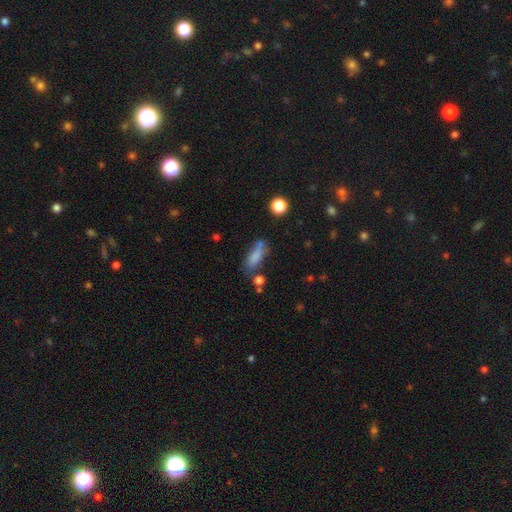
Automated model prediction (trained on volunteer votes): The model was most divided on "how rounded": in between: 57%, cigar-shaped: 40%, round: 4%. More confident: smooth or featured — smooth (78%); merging — none (53%).